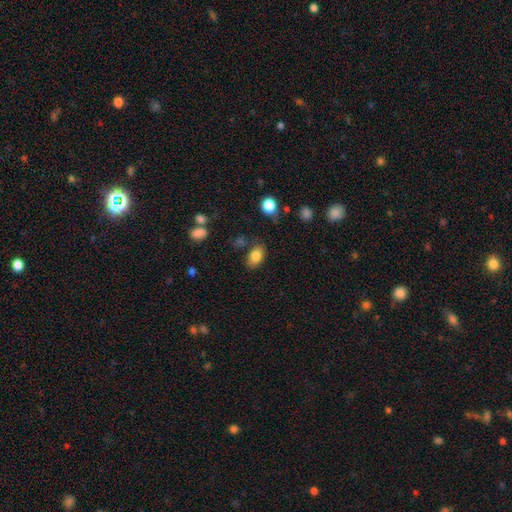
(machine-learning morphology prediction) Smooth or featured?
  - smooth: 81% *
  - featured or disk: 10%
  - star or artifact: 9%
How rounded?
  - in between: 87% *
  - round: 12%
  - cigar-shaped: 2%
Merging?
  - none: 76% *
  - minor disturbance: 16%
  - major disturbance: 4%
  - merger: 4%